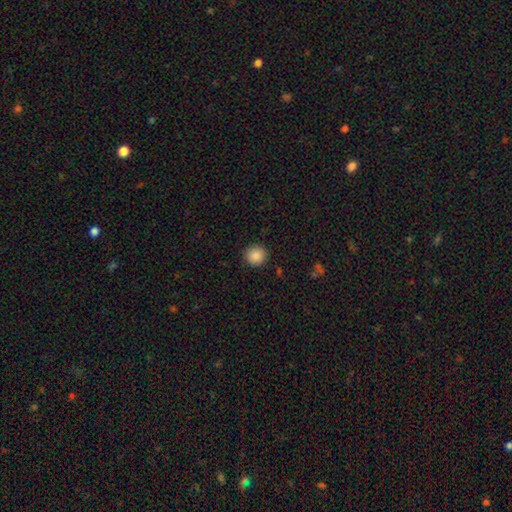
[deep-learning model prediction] Smooth or featured: smooth — 87% (star or artifact — 9%)
How rounded: round — 91% (in between — 8%)
Merging: none — 91% (minor disturbance — 6%)